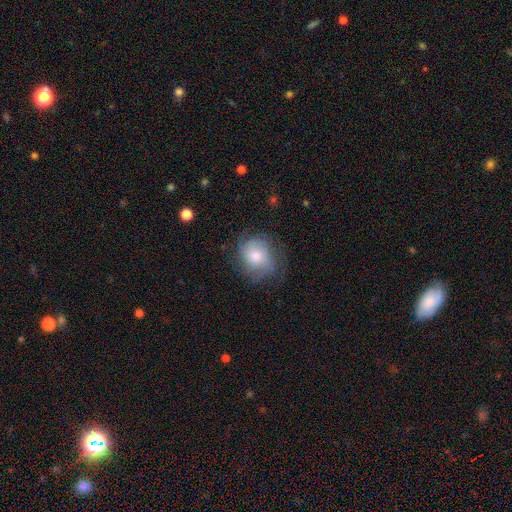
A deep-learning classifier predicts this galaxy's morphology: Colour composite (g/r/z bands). It shows a smooth galaxy with no disk features (55%) that is round (75%). Merging: none (63%).